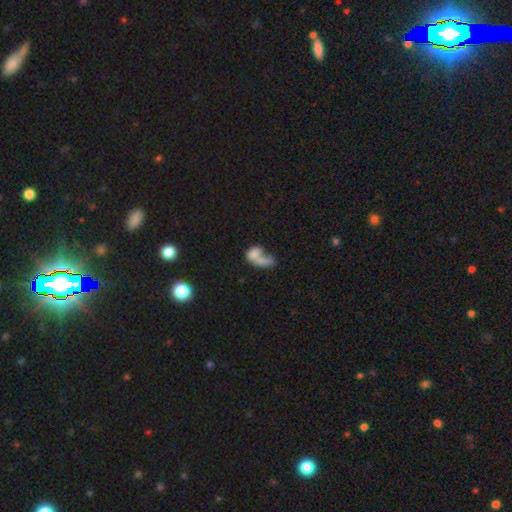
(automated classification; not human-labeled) Smooth or featured? Predicted: smooth (p=0.65). How rounded? Predicted: in between (p=0.70). Merging? Predicted: merger (p=0.56).